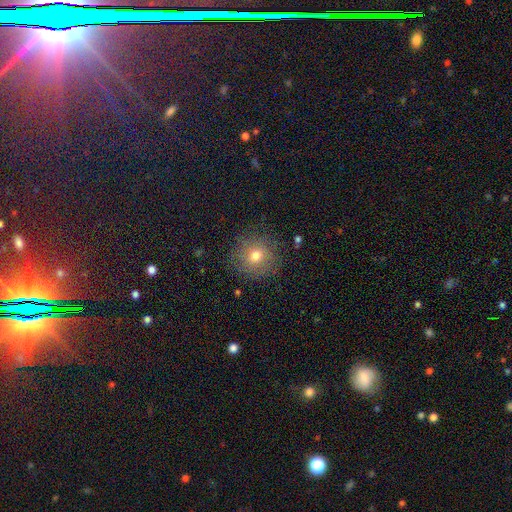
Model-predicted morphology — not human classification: Q: Smooth or featured?
A: smooth (71%); runner-up: featured or disk (16%)
Q: How rounded?
A: round (91%); runner-up: in between (8%)
Q: Merging?
A: none (83%); runner-up: minor disturbance (11%)